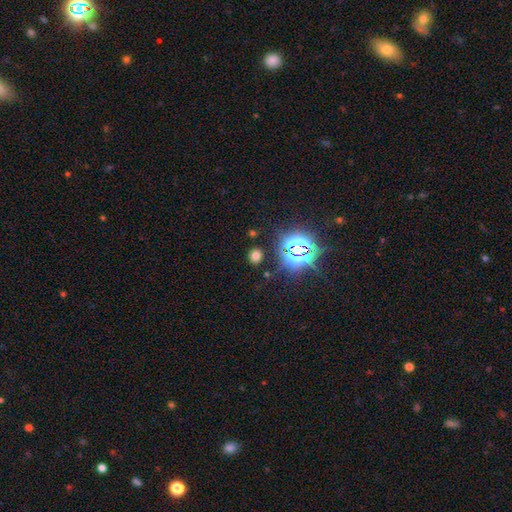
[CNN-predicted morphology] A smooth galaxy with no disk features (62%) that is round (62%). Merging: none (86%).